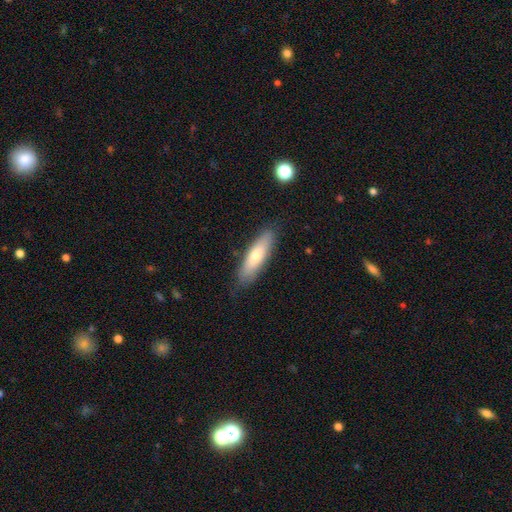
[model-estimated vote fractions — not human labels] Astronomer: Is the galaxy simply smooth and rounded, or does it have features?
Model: smooth — 66%.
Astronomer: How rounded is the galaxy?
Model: cigar-shaped — 69%.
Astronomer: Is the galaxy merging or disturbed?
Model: none — 84%.